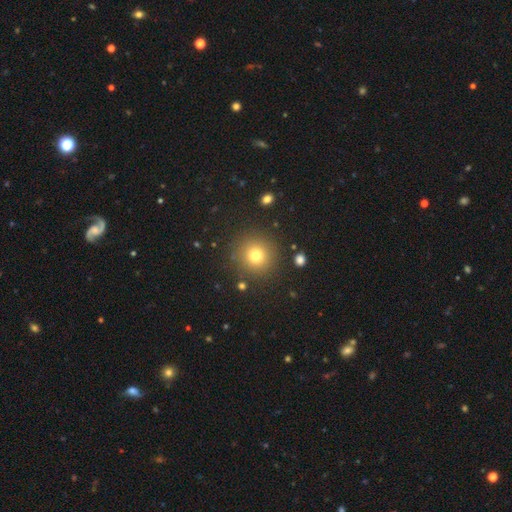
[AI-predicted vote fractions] Smooth or featured? smooth (76%)
How rounded? round (94%)
Merging? none (88%)